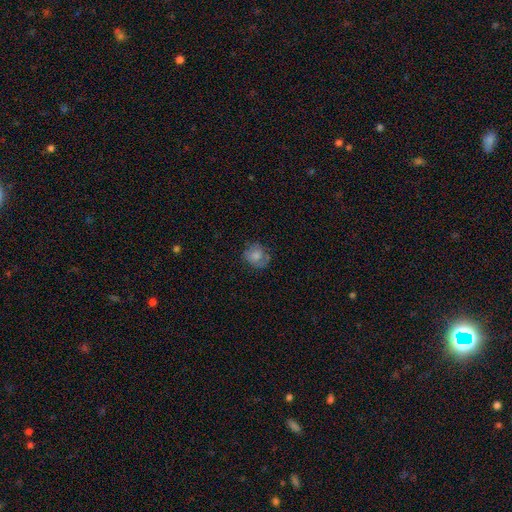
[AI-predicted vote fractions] smooth-or-featured: smooth: 67% | featured or disk: 24% | star or artifact: 9%
  how-rounded: round: 72% | in between: 27% | cigar-shaped: 1%
  merging: none: 63% | minor disturbance: 24% | major disturbance: 12% | merger: 2%